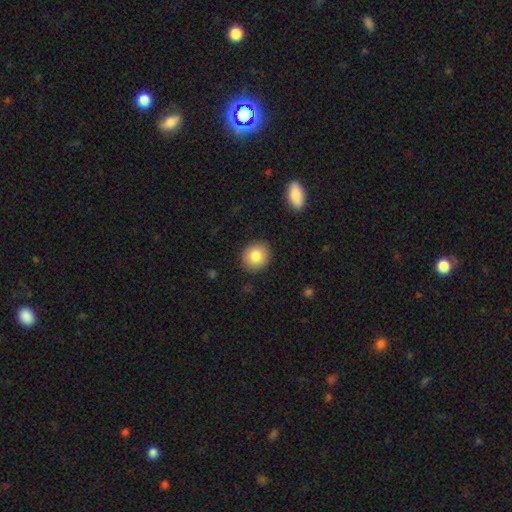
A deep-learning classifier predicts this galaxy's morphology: Overall: smooth (84%). How rounded: round (82%). Merging: none (90%).